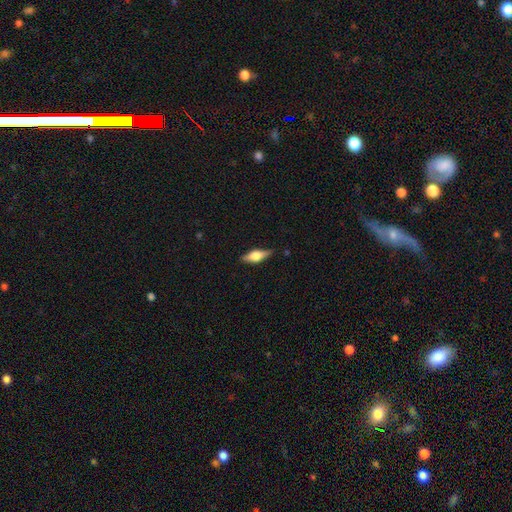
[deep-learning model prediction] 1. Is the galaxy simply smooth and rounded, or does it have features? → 48% featured or disk, 45% smooth, 7% star or artifact.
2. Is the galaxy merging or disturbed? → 82% none, 14% minor disturbance, 3% major disturbance, 1% merger.